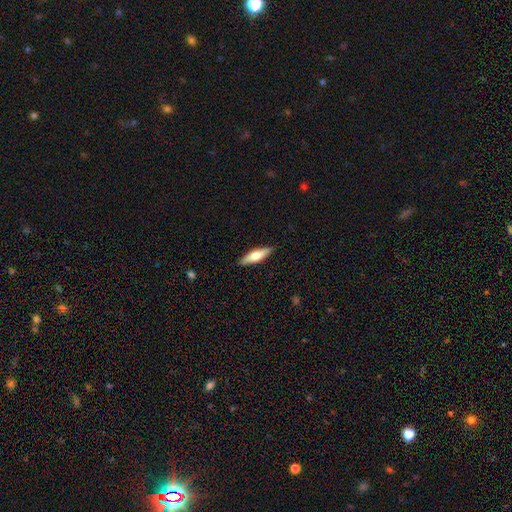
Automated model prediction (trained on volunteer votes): Smooth or featured?
  - smooth: 58% *
  - featured or disk: 37%
  - star or artifact: 5%
How rounded?
  - cigar-shaped: 59% *
  - in between: 39%
  - round: 2%
Merging?
  - none: 89% *
  - minor disturbance: 8%
  - major disturbance: 2%
  - merger: 1%